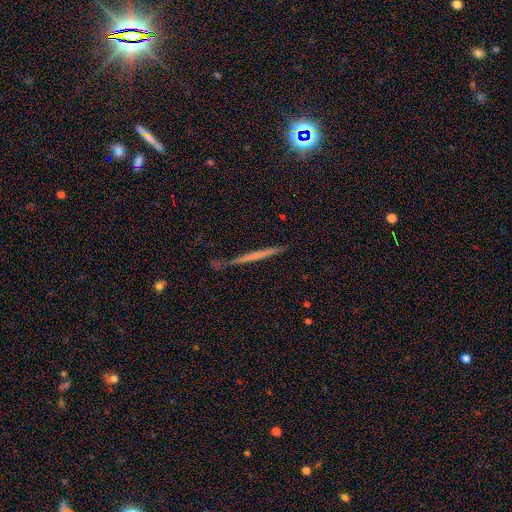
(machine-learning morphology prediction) Q: Smooth or featured?
A: featured or disk (50%); runner-up: smooth (41%)
Q: Edge-on disk?
A: yes (96%); runner-up: no (4%)
Q: Merging?
A: none (81%); runner-up: minor disturbance (13%)